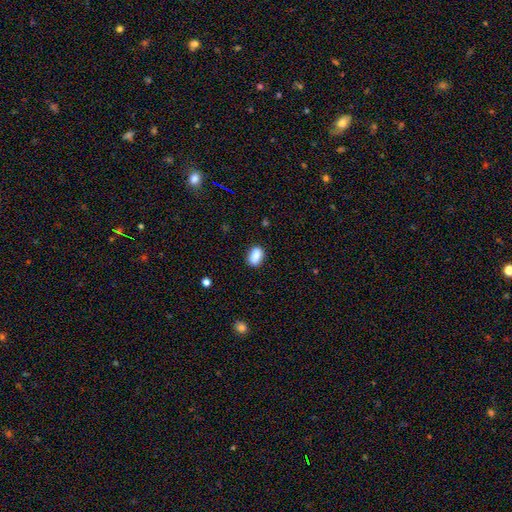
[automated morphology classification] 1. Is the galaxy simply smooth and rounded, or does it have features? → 87% smooth, 8% star or artifact, 5% featured or disk.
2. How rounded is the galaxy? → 85% in between, 13% round, 2% cigar-shaped.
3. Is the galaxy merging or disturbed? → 85% none, 11% minor disturbance, 2% major disturbance, 1% merger.